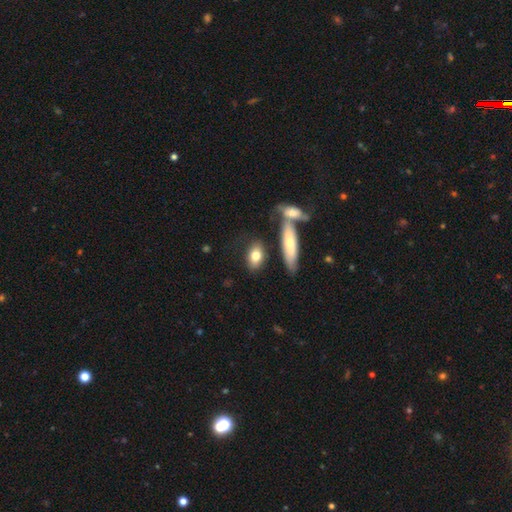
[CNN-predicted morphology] Smooth or featured? smooth (76%)
How rounded? in between (79%)
Merging? none (67%)